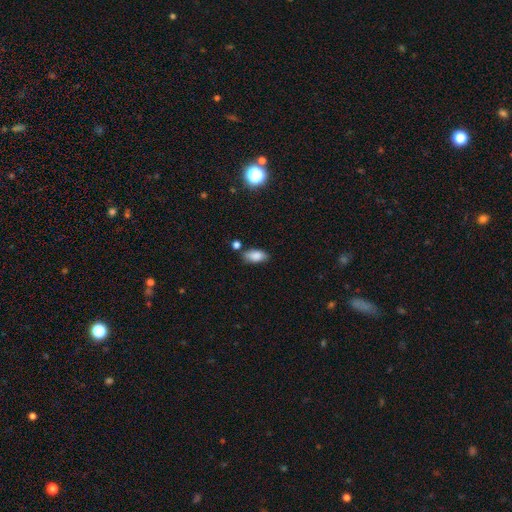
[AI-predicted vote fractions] Smooth or featured?
  - smooth: 85% *
  - star or artifact: 8%
  - featured or disk: 6%
How rounded?
  - in between: 91% *
  - cigar-shaped: 5%
  - round: 4%
Merging?
  - none: 75% *
  - minor disturbance: 15%
  - merger: 7%
  - major disturbance: 3%